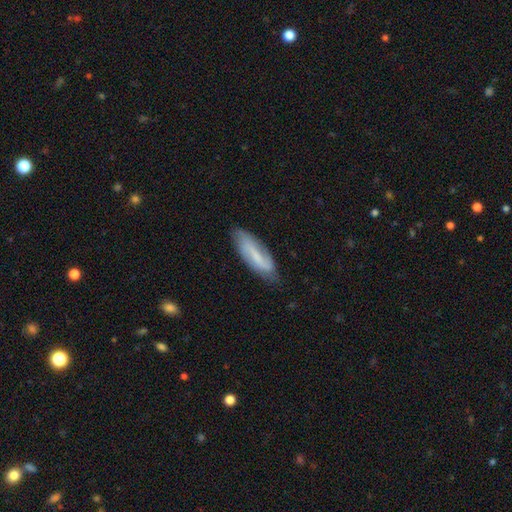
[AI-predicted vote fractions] Smooth or featured? Predicted: featured or disk (p=0.50). Edge-on disk? Predicted: no (p=0.82). Merging? Predicted: none (p=0.75).